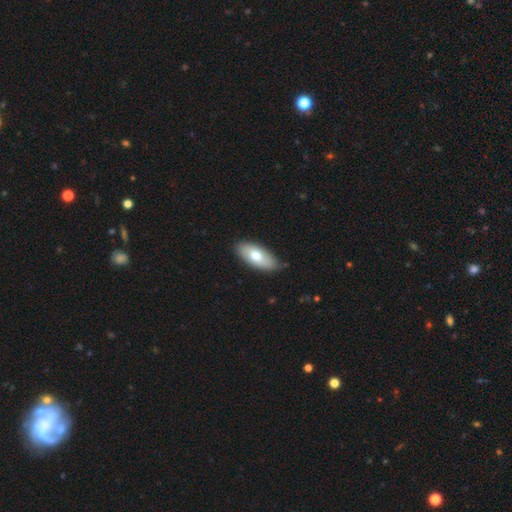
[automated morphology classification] type=smooth (69%); roundness=in between (88%); merging=none (81%).